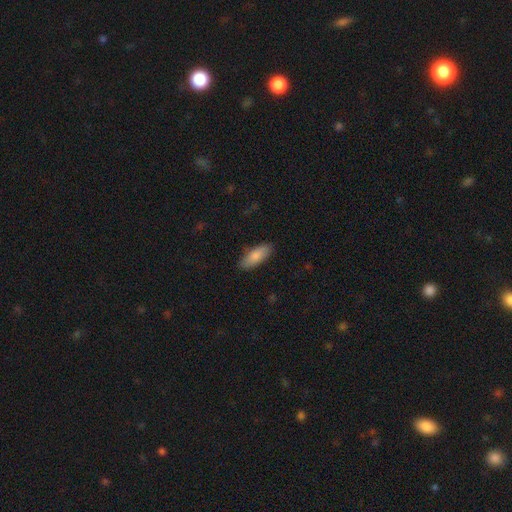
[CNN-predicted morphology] This appears to be a smooth galaxy with no disk features (86%) that is in between round and cigar-shaped (72%). Merging: none (86%).